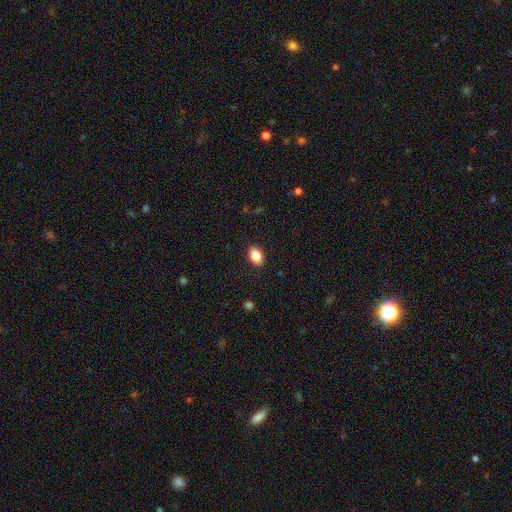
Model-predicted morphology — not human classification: This appears to be a smooth galaxy with no disk features (87%) that is in between round and cigar-shaped (90%). Merging: none (89%).